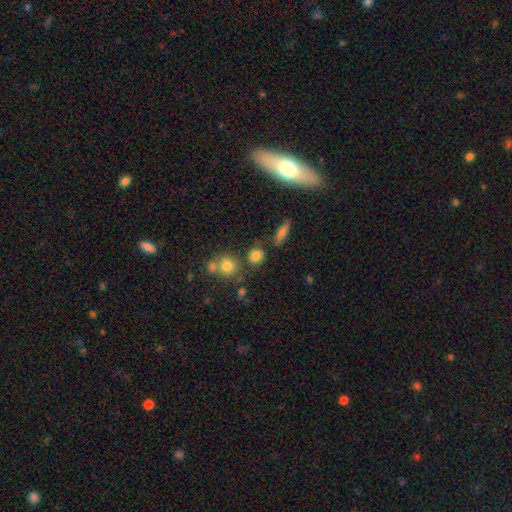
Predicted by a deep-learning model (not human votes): This is likely a smooth galaxy (79%). How rounded: likely round (77%). Merging: likely none (69%).